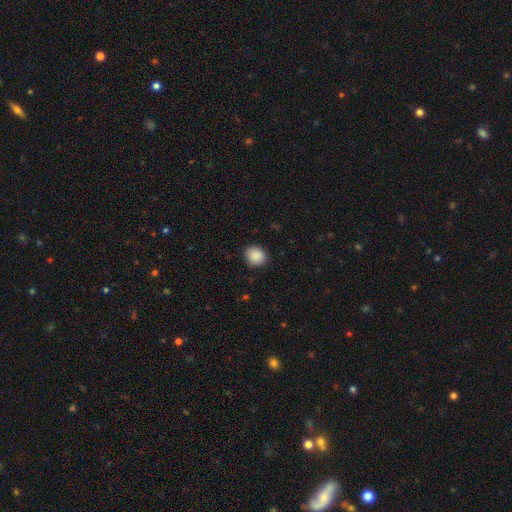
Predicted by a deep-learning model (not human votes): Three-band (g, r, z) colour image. It shows a smooth galaxy with no disk features (89%) that is round (79%). Merging: none (89%).